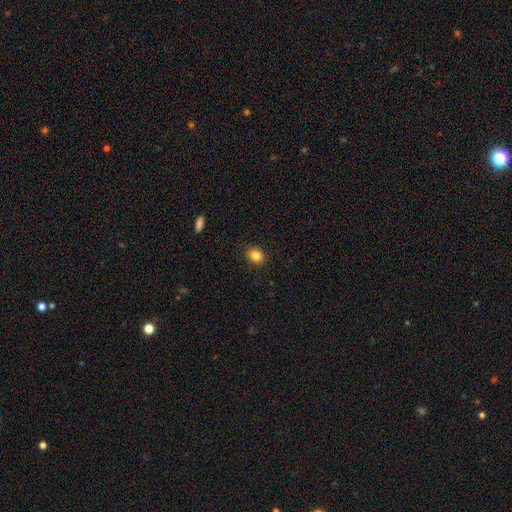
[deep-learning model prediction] This appears to be a smooth galaxy with no disk features (84%) that is round (64%). Merging: none (89%).